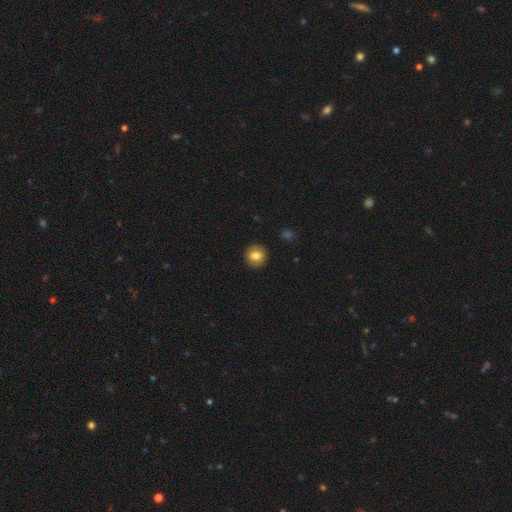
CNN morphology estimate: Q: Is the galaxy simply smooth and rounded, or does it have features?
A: smooth — 80%.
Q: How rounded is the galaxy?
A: round — 91%.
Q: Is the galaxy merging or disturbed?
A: none — 92%.